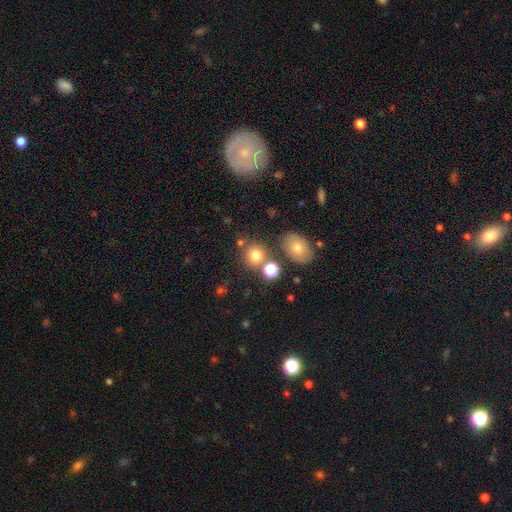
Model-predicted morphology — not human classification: A smooth galaxy with no disk features (75%) that is round (80%). Merging: none (68%).